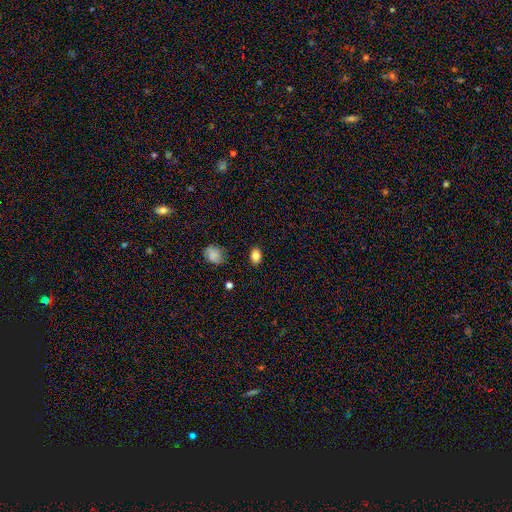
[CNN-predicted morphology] smooth 84%, star or artifact 10%, featured or disk 6%. Down the decision tree: how rounded — in between (71%); merging — none (86%).